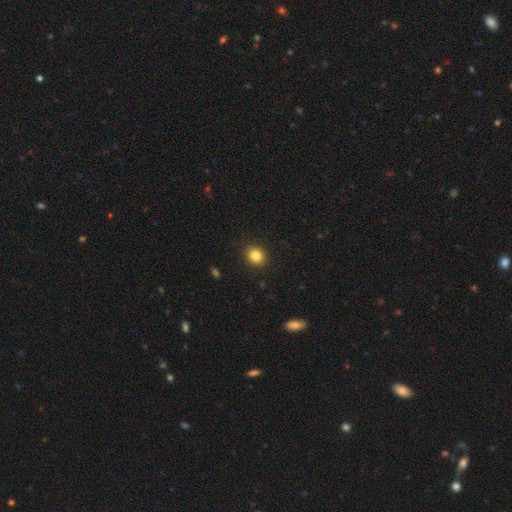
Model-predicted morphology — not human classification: This is clearly a smooth galaxy (83%). How rounded: likely round (76%). Merging: clearly none (90%).